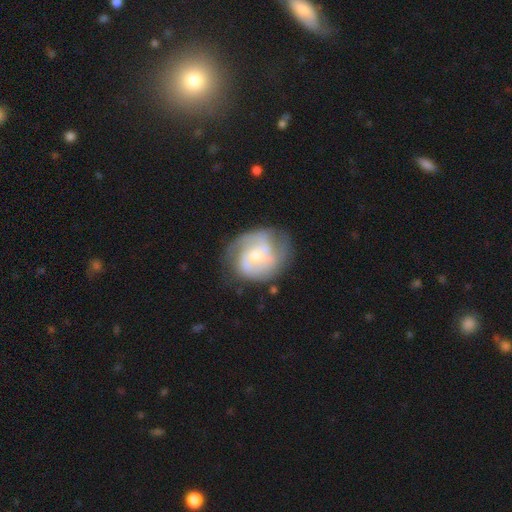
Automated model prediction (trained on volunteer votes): Smooth or featured: featured or disk — 77% (smooth — 17%)
Edge-on disk: no — 98% (yes — 2%)
Bar: no — 61% (weak — 33%)
Spiral arms: yes — 90% (no — 10%)
Spiral winding: medium — 44% (tight — 38%)
Spiral arm count: 2 — 58% (can't tell — 21%)
Bulge size: small — 54% (moderate — 41%)
Merging: none — 62% (minor disturbance — 23%)